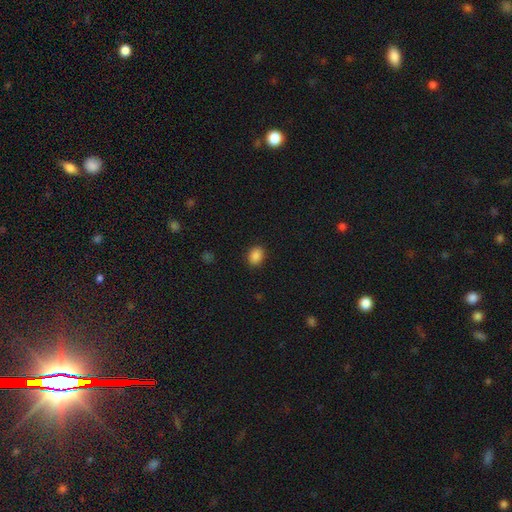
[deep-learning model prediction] smooth 87%, star or artifact 10%, featured or disk 3%. Down the decision tree: how rounded — in between (63%); merging — none (89%).